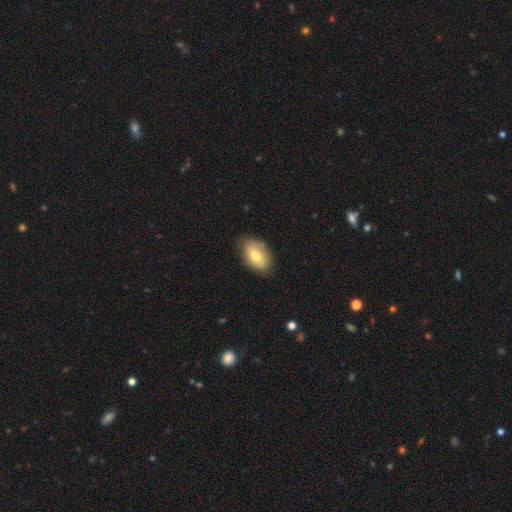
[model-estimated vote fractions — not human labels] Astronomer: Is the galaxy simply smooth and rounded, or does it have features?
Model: smooth — 75%.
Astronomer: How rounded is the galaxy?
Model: in between — 90%.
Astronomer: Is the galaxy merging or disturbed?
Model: none — 80%.